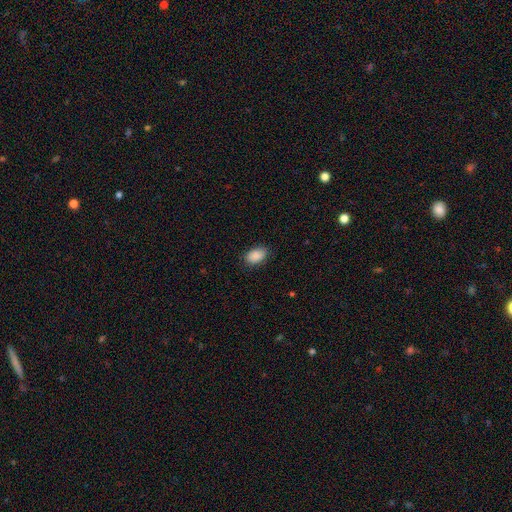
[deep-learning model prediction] smooth_or_featured: smooth (p=0.90) [alt: star or artifact p=0.07]
how_rounded: in between (p=0.91) [alt: round p=0.07]
merging: none (p=0.86) [alt: minor disturbance p=0.10]